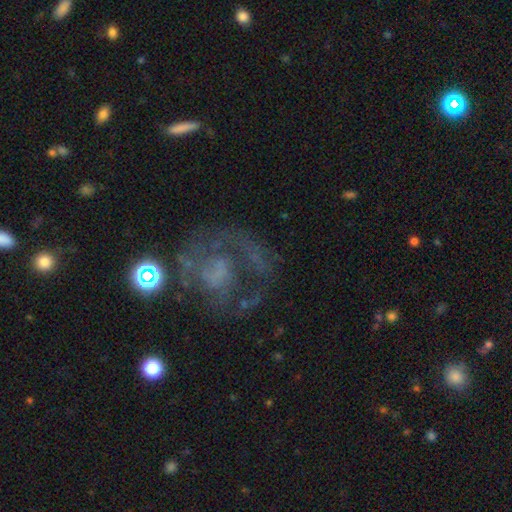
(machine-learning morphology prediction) Smooth or featured? Predicted: featured or disk (p=0.61). Edge-on disk? Predicted: no (p=0.97). Bar? Predicted: no (p=0.75). Spiral arms? Predicted: yes (p=0.52). Bulge size? Predicted: none (p=0.58). Merging? Predicted: none (p=0.50).